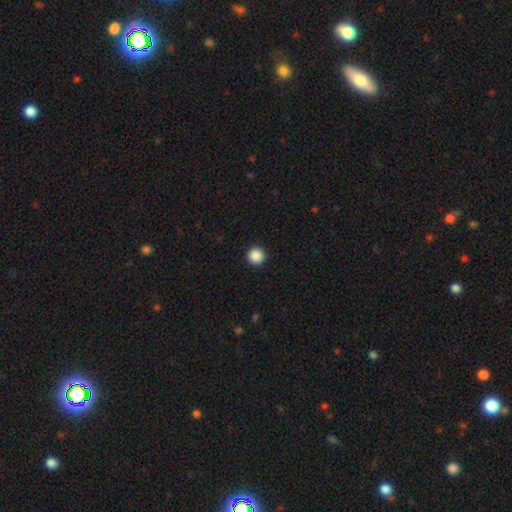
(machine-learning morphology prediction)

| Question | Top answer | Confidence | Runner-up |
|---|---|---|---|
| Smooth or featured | smooth | 88% | star or artifact (9%) |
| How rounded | round | 96% | in between (3%) |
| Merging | none | 94% | minor disturbance (4%) |